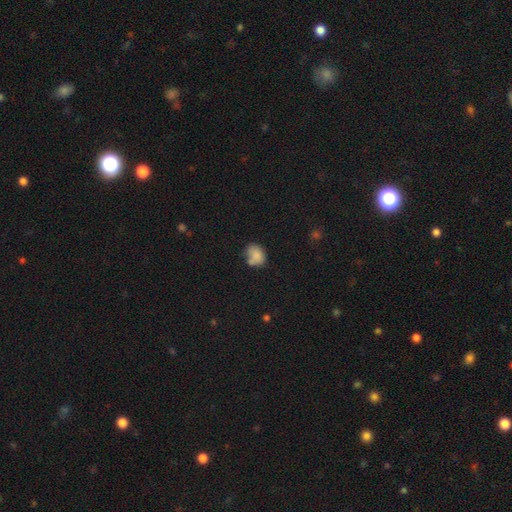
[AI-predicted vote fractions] A smooth galaxy with no disk features (79%) that is in between round and cigar-shaped (57%). Merging: none (44%).